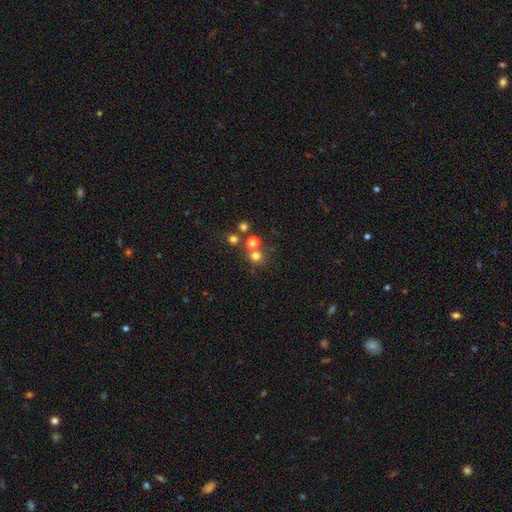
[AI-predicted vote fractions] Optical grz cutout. It shows a smooth galaxy with no disk features (71%) that is round (89%). Merging: none (64%).